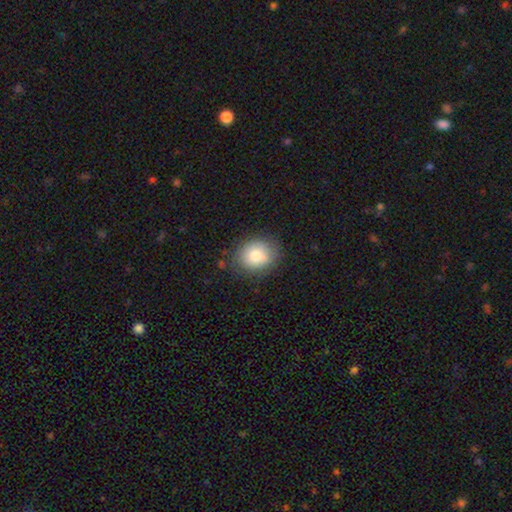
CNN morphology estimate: This is likely a smooth galaxy (79%). How rounded: likely round (67%). Merging: likely none (79%).